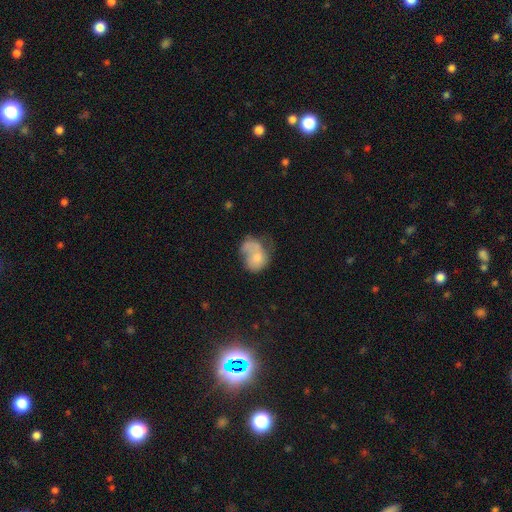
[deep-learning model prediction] Smooth or featured?
  - smooth: 54% *
  - featured or disk: 38%
  - star or artifact: 8%
How rounded?
  - in between: 61% *
  - round: 38%
  - cigar-shaped: 1%
Merging?
  - major disturbance: 37% *
  - none: 24%
  - minor disturbance: 23%
  - merger: 16%